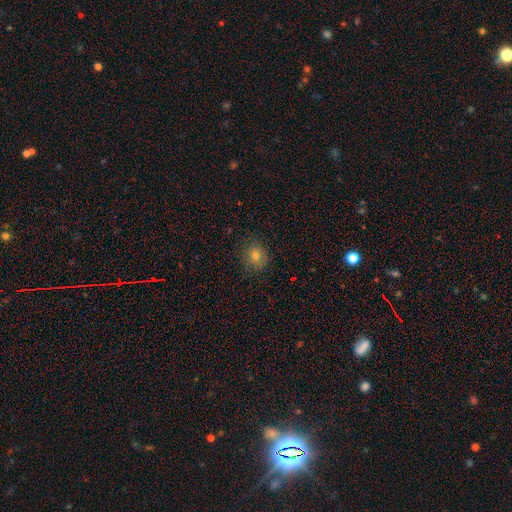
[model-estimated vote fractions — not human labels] This is likely a smooth galaxy (73%). How rounded: clearly round (83%). Merging: clearly none (83%).